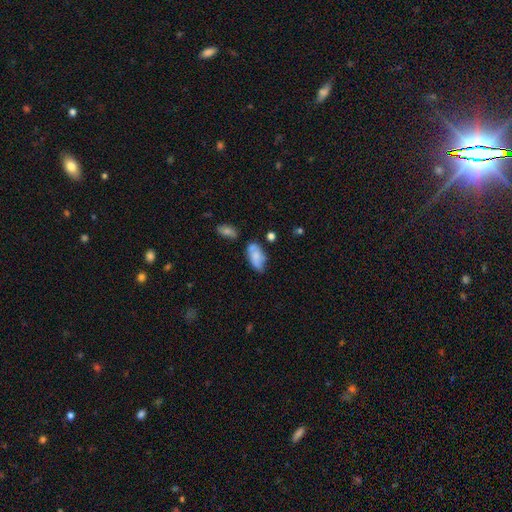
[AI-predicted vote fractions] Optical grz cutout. It shows a smooth galaxy with no disk features (67%) that is in between round and cigar-shaped (90%). Merging: none (51%).